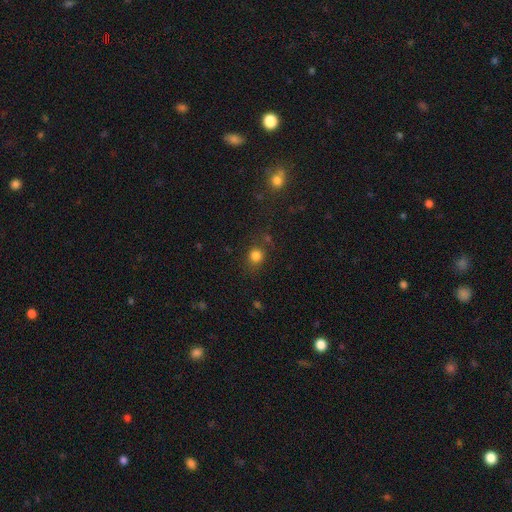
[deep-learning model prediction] This is clearly a smooth galaxy (81%). How rounded: clearly round (81%). Merging: likely none (75%).